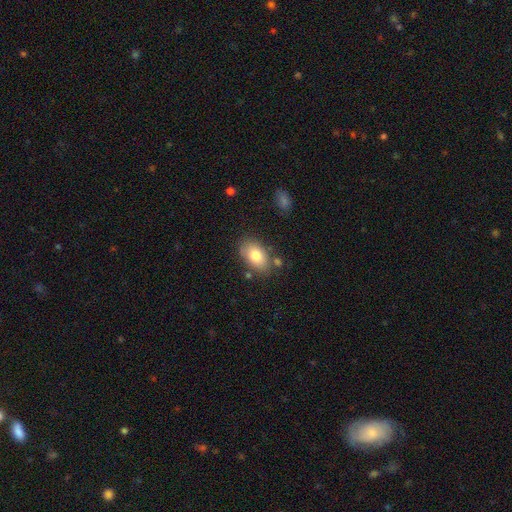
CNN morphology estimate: Q: Smooth or featured?
A: smooth (79%); runner-up: featured or disk (14%)
Q: How rounded?
A: in between (90%); runner-up: round (9%)
Q: Merging?
A: none (74%); runner-up: minor disturbance (16%)